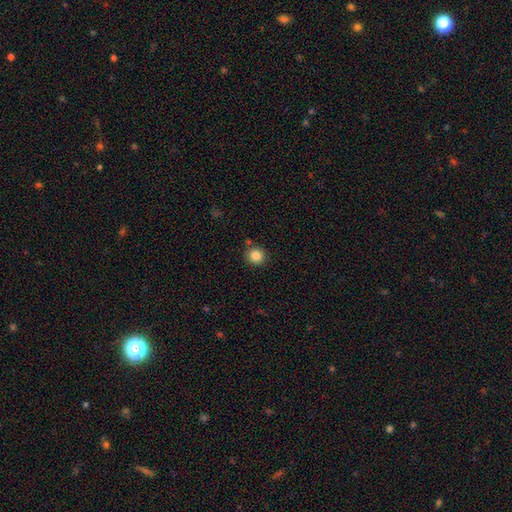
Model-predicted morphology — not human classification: Smooth or featured? Predicted: smooth (p=0.85). How rounded? Predicted: round (p=0.91). Merging? Predicted: none (p=0.86).